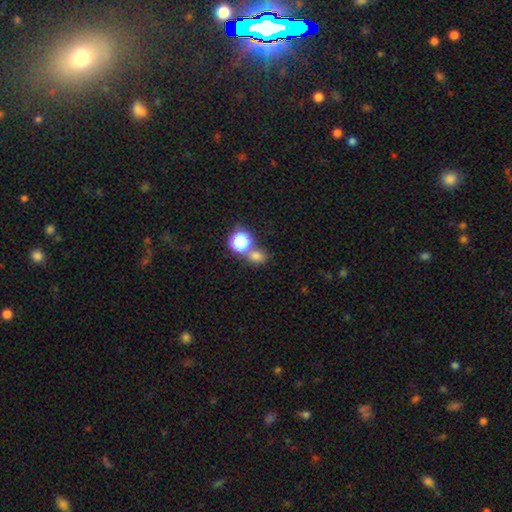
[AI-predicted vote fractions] smooth 70%, star or artifact 23%, featured or disk 7%. Down the decision tree: how rounded — round (58%); merging — none (56%).